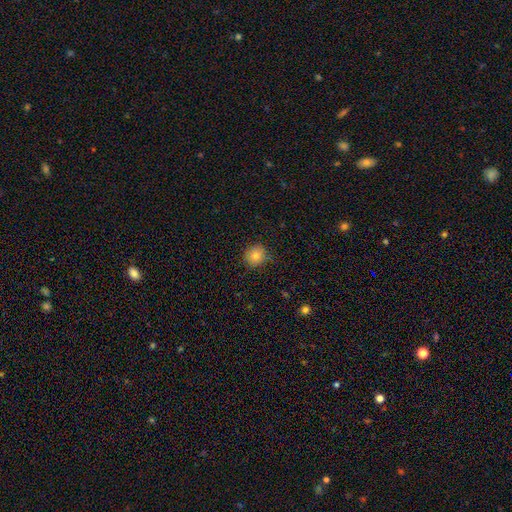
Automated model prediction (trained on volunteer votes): Q: Smooth or featured?
A: smooth (80%); runner-up: star or artifact (12%)
Q: How rounded?
A: round (90%); runner-up: in between (9%)
Q: Merging?
A: none (83%); runner-up: minor disturbance (13%)